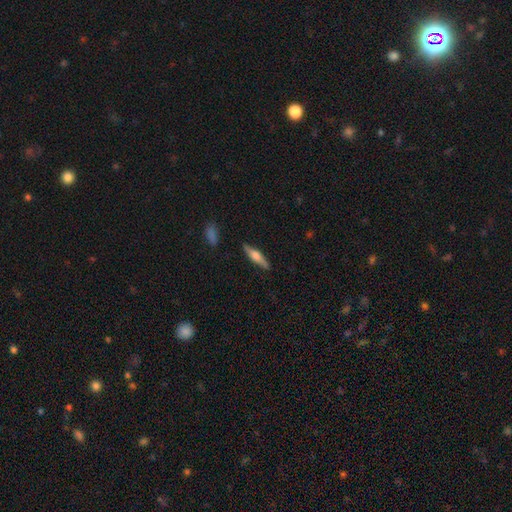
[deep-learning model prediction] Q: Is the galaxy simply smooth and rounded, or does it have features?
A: featured or disk — 54%.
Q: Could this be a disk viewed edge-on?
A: yes — 95%.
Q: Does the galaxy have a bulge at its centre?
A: rounded — 83%.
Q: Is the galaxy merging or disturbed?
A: none — 86%.